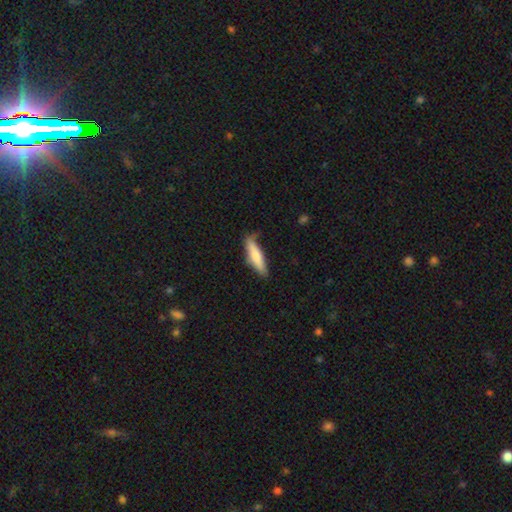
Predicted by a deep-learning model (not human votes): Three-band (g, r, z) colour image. It shows a smooth galaxy with no disk features (74%) that is cigar-shaped (74%). Merging: none (68%).